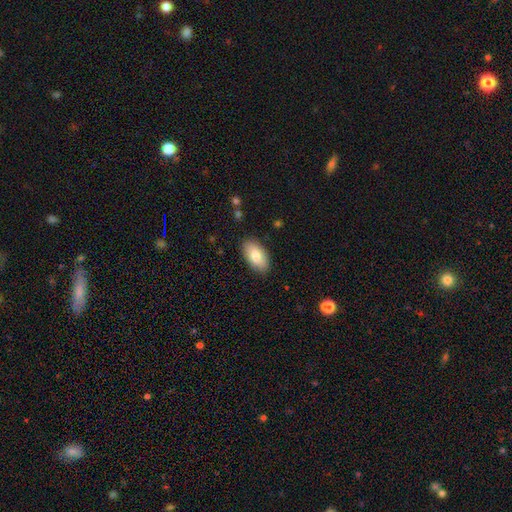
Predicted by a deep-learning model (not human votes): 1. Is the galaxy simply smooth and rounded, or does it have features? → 81% smooth, 13% featured or disk, 6% star or artifact.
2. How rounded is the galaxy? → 94% in between, 4% cigar-shaped, 3% round.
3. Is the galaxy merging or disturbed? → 87% none, 10% minor disturbance, 2% major disturbance, 1% merger.